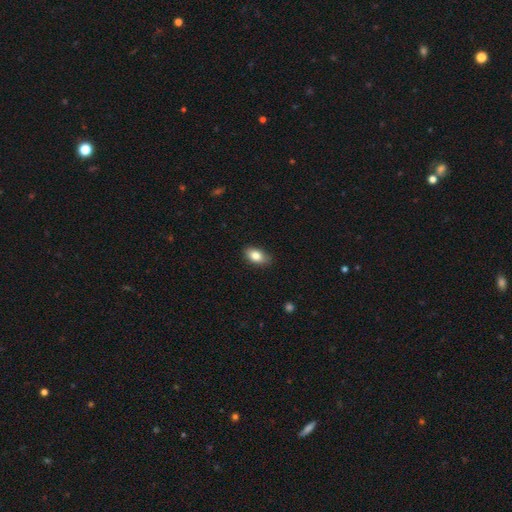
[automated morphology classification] A smooth galaxy with no disk features (83%) that is in between round and cigar-shaped (90%).

Vote fractions:
- Smooth or featured? smooth: 83% / featured or disk: 9% / star or artifact: 8%
- How rounded? in between: 90% / round: 7% / cigar-shaped: 3%
- Merging? none: 84% / minor disturbance: 13% / major disturbance: 2% / merger: 1%